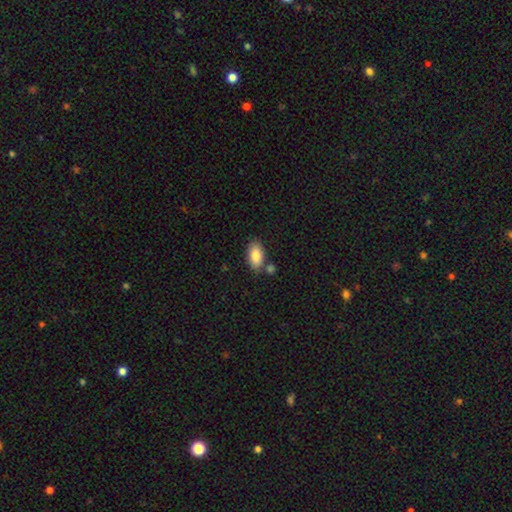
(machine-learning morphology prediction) Smooth or featured? smooth (85%)
How rounded? in between (93%)
Merging? none (72%)